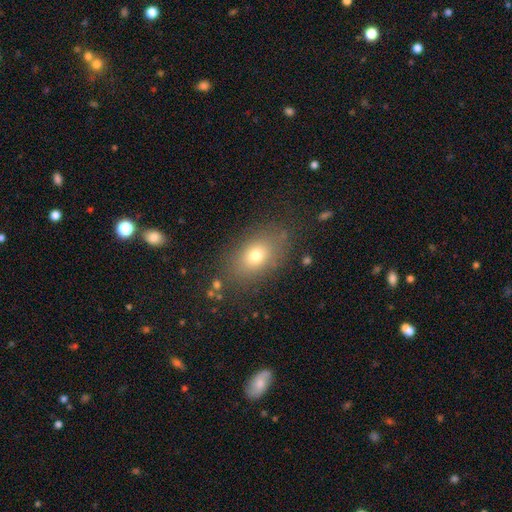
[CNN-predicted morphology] Q: Smooth or featured?
A: smooth (73%); runner-up: featured or disk (14%)
Q: How rounded?
A: in between (77%); runner-up: round (21%)
Q: Merging?
A: none (80%); runner-up: minor disturbance (12%)